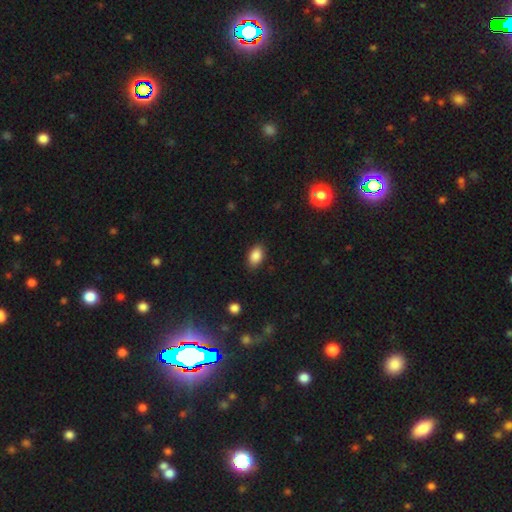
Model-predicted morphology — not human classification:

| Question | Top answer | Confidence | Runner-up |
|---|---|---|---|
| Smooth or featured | smooth | 88% | star or artifact (8%) |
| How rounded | in between | 89% | round (10%) |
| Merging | none | 86% | minor disturbance (11%) |